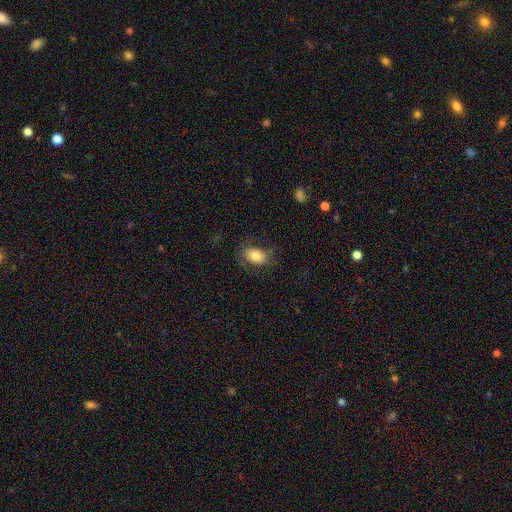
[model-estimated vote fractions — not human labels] This appears to be a smooth galaxy with no disk features (76%) that is in between round and cigar-shaped (82%). Merging: none (68%).